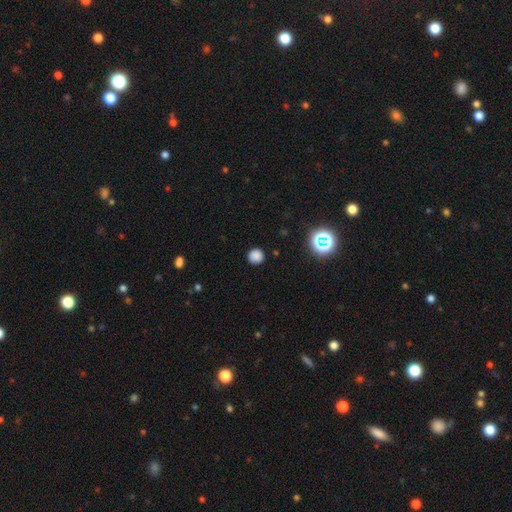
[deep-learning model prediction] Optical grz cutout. It shows a smooth galaxy with no disk features (82%) that is round (94%). Merging: none (91%).